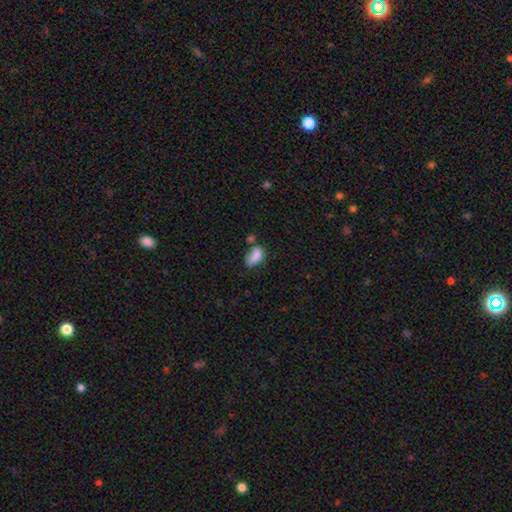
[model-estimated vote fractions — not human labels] smooth 82%, star or artifact 9%, featured or disk 9%. Down the decision tree: how rounded — in between (89%); merging — none (42%).